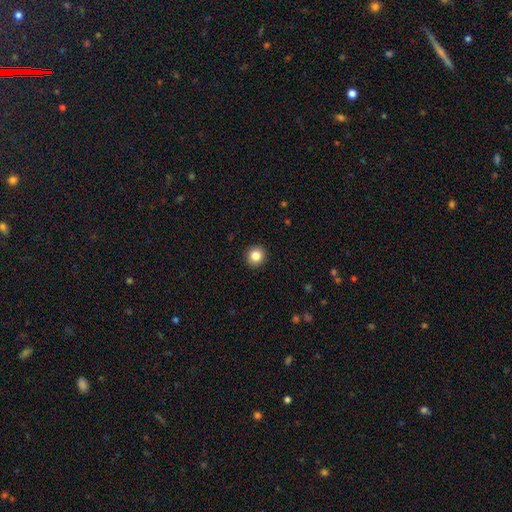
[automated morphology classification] Smooth or featured? Predicted: smooth (p=0.85). How rounded? Predicted: round (p=0.92). Merging? Predicted: none (p=0.93).